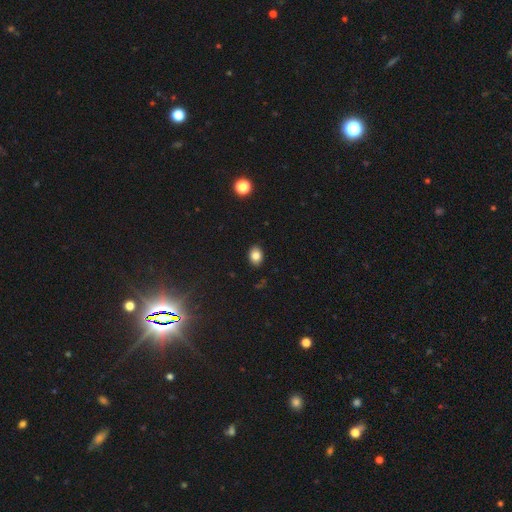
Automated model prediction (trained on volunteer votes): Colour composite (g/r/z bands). It shows a smooth galaxy with no disk features (83%) that is in between round and cigar-shaped (64%). Merging: none (89%).